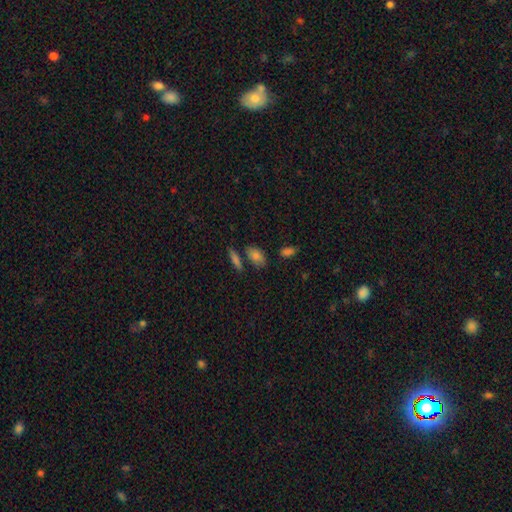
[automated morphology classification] type=smooth (81%); roundness=in between (85%); merging=none (69%).